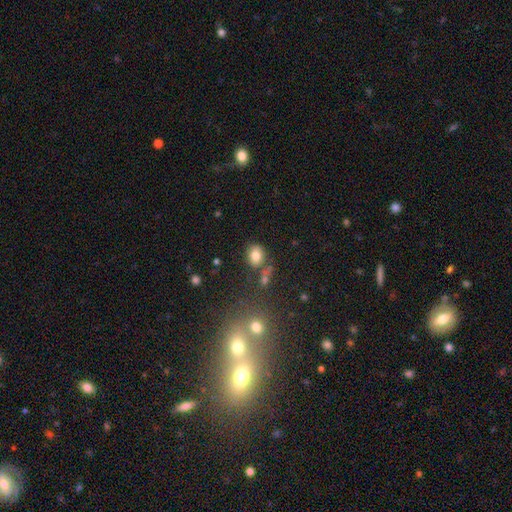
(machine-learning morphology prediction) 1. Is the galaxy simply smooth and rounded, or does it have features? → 79% smooth, 12% star or artifact, 10% featured or disk.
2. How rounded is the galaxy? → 53% in between, 46% round, 1% cigar-shaped.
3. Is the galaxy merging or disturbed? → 72% none, 13% minor disturbance, 11% merger, 4% major disturbance.